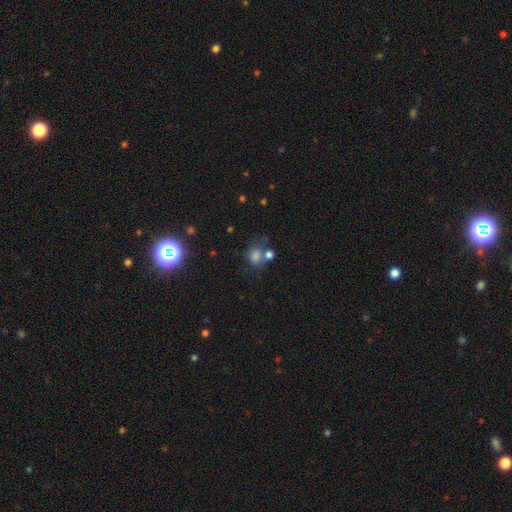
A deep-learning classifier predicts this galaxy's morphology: Smooth or featured: smooth — 72% (star or artifact — 15%)
How rounded: round — 51% (in between — 47%)
Merging: none — 38% (merger — 33%)